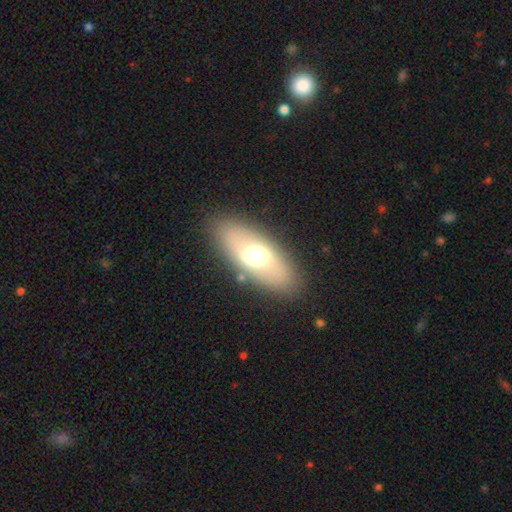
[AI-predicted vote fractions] The model was most divided on "smooth or featured": smooth: 51%, featured or disk: 41%, star or artifact: 8%. More confident: merging — none (86%); how rounded — in between (83%).